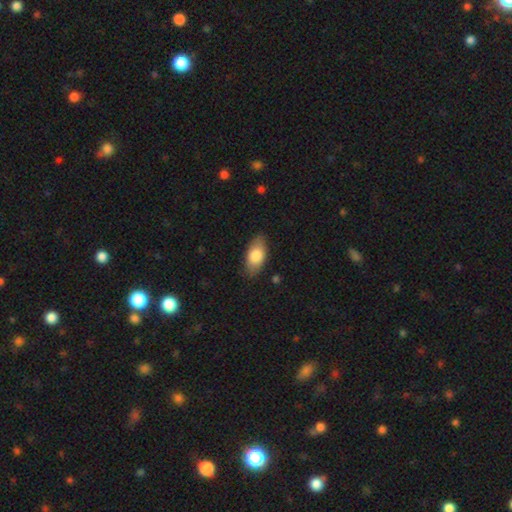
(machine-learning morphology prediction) Smooth or featured: smooth — 79% (featured or disk — 15%)
How rounded: in between — 90% (cigar-shaped — 6%)
Merging: none — 84% (minor disturbance — 12%)